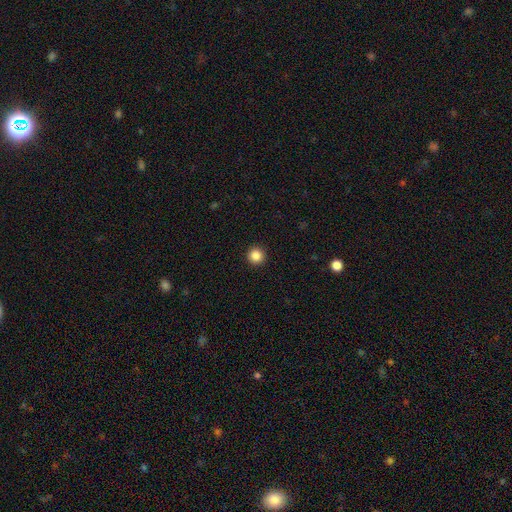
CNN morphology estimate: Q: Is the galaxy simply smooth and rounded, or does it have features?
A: smooth — 86%.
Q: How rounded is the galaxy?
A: round — 96%.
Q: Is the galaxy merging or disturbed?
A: none — 94%.